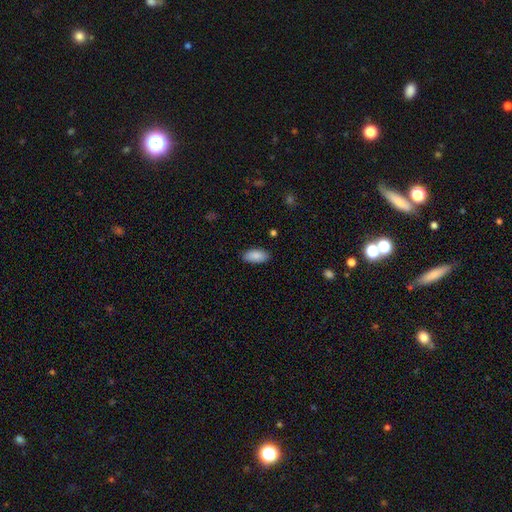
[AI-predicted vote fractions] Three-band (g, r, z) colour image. It shows a smooth galaxy with no disk features (89%) that is in between round and cigar-shaped (94%). Merging: none (87%).